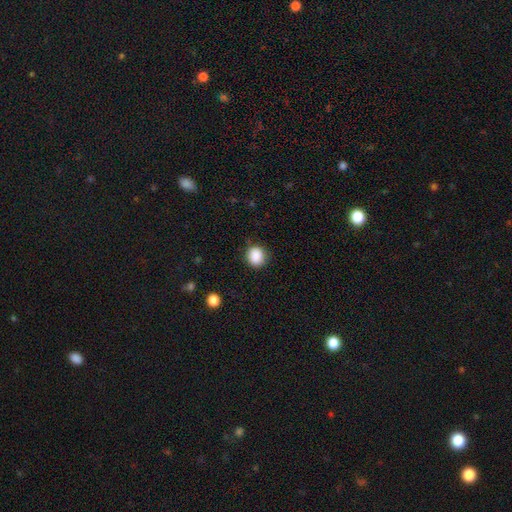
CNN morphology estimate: smooth 88%, star or artifact 9%, featured or disk 3%. Down the decision tree: how rounded — round (82%); merging — none (85%).